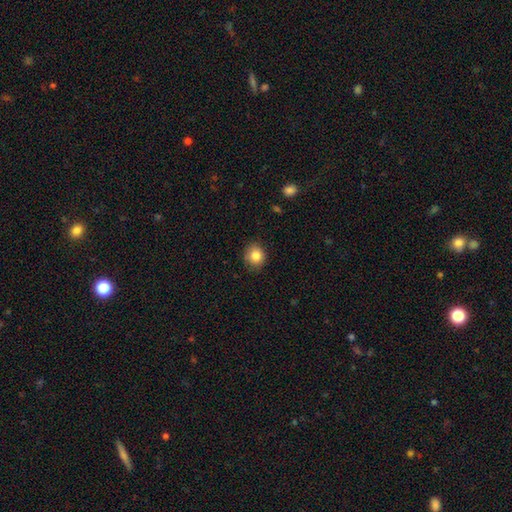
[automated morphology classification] Q: Smooth or featured?
A: smooth (83%); runner-up: star or artifact (10%)
Q: How rounded?
A: round (79%); runner-up: in between (20%)
Q: Merging?
A: none (86%); runner-up: minor disturbance (11%)